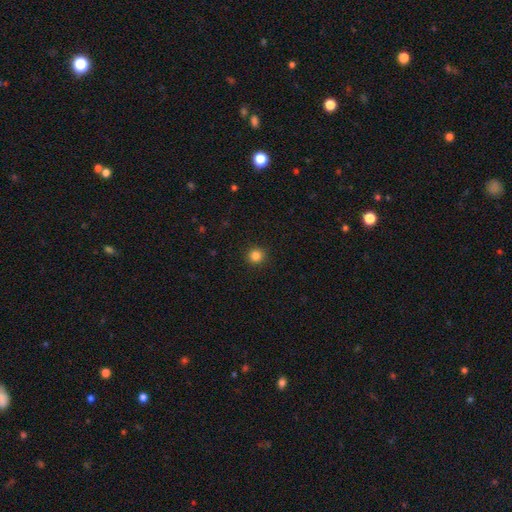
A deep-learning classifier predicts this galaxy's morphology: A smooth galaxy with no disk features (84%) that is round (94%).

Vote fractions:
- Smooth or featured? smooth: 84% / star or artifact: 12% / featured or disk: 4%
- How rounded? round: 94% / in between: 5% / cigar-shaped: 1%
- Merging? none: 92% / minor disturbance: 5% / major disturbance: 2% / merger: 1%